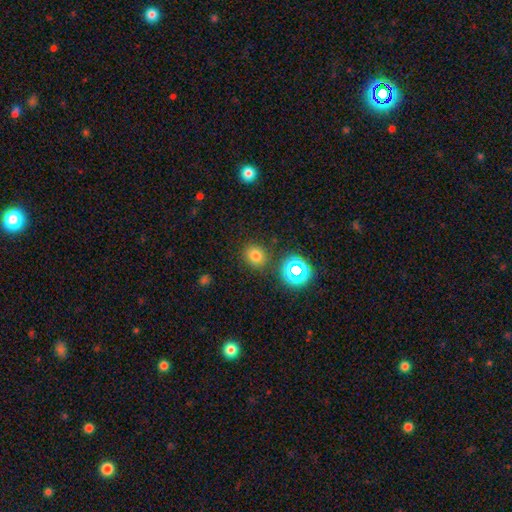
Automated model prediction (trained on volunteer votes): Q: Smooth or featured?
A: smooth (73%); runner-up: star or artifact (21%)
Q: How rounded?
A: round (77%); runner-up: in between (22%)
Q: Merging?
A: none (84%); runner-up: minor disturbance (9%)